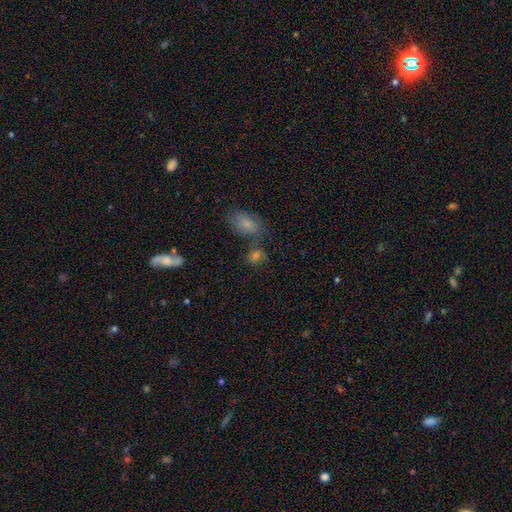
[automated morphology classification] Overall: smooth (72%). How rounded: in between (60%; round 38%). Merging: none (54%; merger 26%).